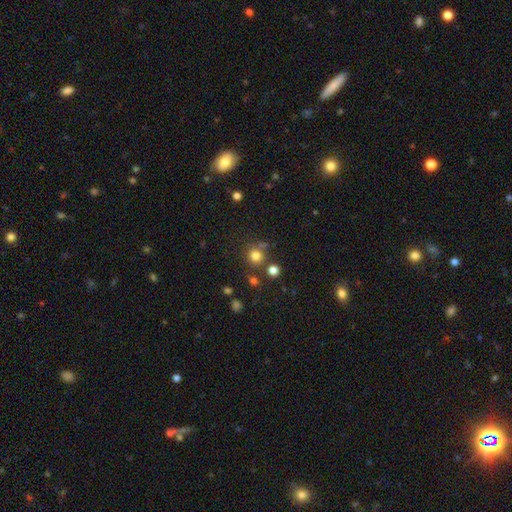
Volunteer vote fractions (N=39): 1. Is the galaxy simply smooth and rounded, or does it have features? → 85% smooth, 10% star or artifact, 5% featured or disk.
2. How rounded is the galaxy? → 94% round, 6% in between, 0% cigar-shaped.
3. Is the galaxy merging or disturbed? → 91% none, 6% minor disturbance, 3% major disturbance, 0% merger.